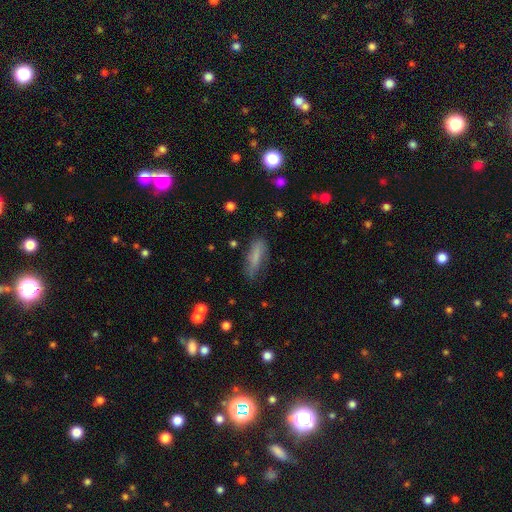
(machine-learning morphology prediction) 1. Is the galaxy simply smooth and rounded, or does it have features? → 76% smooth, 16% featured or disk, 8% star or artifact.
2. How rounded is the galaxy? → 53% cigar-shaped, 44% in between, 2% round.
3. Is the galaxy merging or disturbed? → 70% none, 21% minor disturbance, 6% major disturbance, 2% merger.